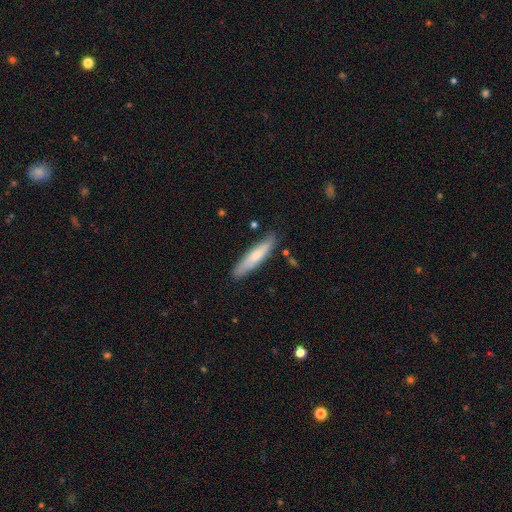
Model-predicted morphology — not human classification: smooth 68%, featured or disk 26%, star or artifact 6%. Down the decision tree: how rounded — cigar-shaped (84%); merging — none (81%).